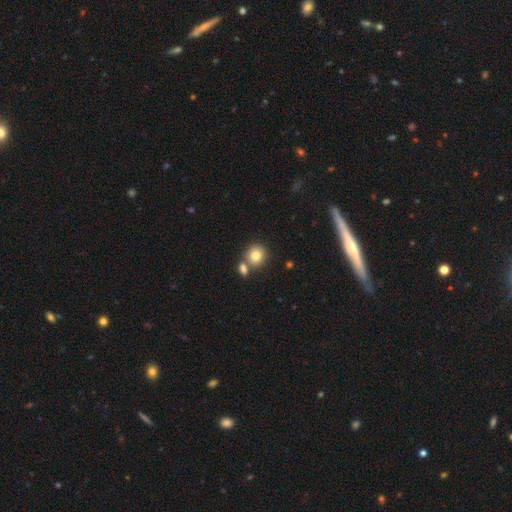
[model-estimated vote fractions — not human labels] smooth_or_featured: smooth (p=0.80) [alt: featured or disk p=0.10]
how_rounded: round (p=0.83) [alt: in between p=0.16]
merging: none (p=0.60) [alt: merger p=0.28]